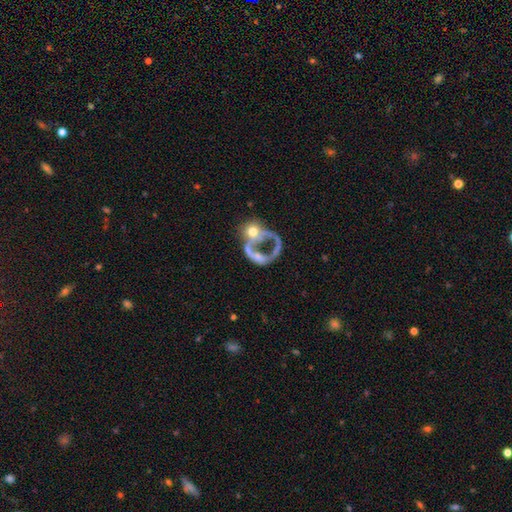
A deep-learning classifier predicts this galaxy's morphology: Overall: featured or disk (60%; smooth 27%). Edge-on disk: no (96%). Bar: no (85%). Spiral arms: no (79%). Bulge size: moderate (37%; none 28%). Merging: major disturbance (41%; merger 32%).